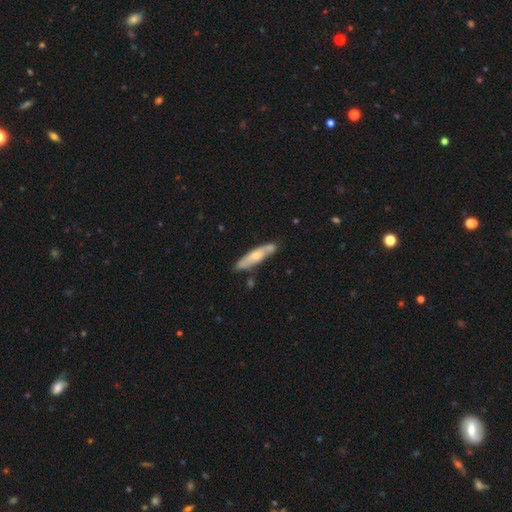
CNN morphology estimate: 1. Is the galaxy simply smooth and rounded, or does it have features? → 50% smooth, 45% featured or disk, 5% star or artifact.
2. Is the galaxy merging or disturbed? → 72% none, 18% minor disturbance, 7% merger, 3% major disturbance.